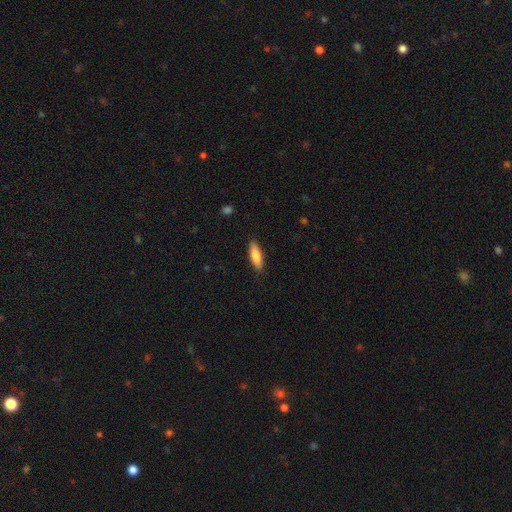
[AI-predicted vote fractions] Smooth or featured?
  - smooth: 80% *
  - featured or disk: 14%
  - star or artifact: 6%
How rounded?
  - cigar-shaped: 55% *
  - in between: 44%
  - round: 2%
Merging?
  - none: 88% *
  - minor disturbance: 9%
  - major disturbance: 2%
  - merger: 1%